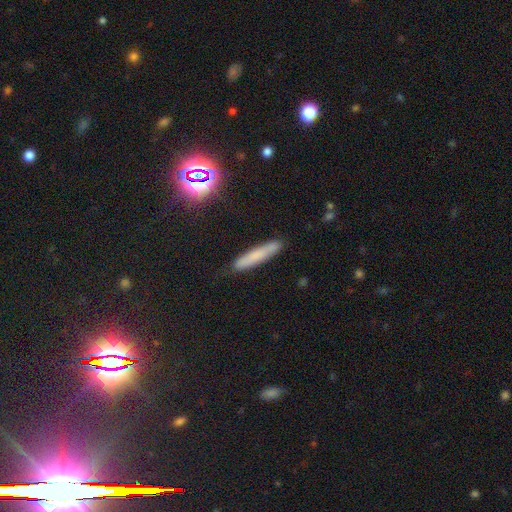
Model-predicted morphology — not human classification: Smooth or featured? smooth (71%)
How rounded? cigar-shaped (91%)
Merging? none (87%)